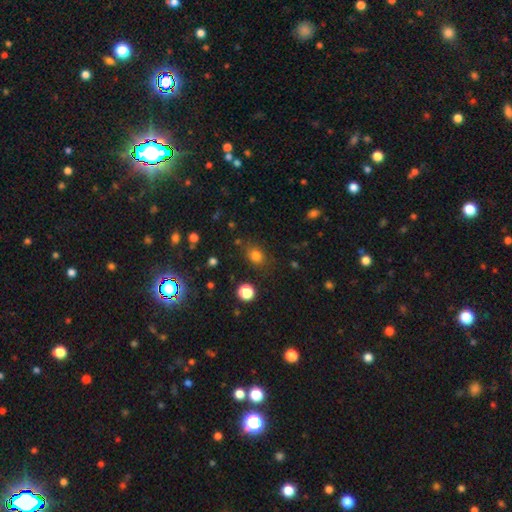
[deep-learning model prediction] Smooth or featured?
  - smooth: 78% *
  - star or artifact: 16%
  - featured or disk: 6%
How rounded?
  - round: 53% *
  - in between: 46%
  - cigar-shaped: 1%
Merging?
  - none: 78% *
  - minor disturbance: 14%
  - major disturbance: 5%
  - merger: 3%